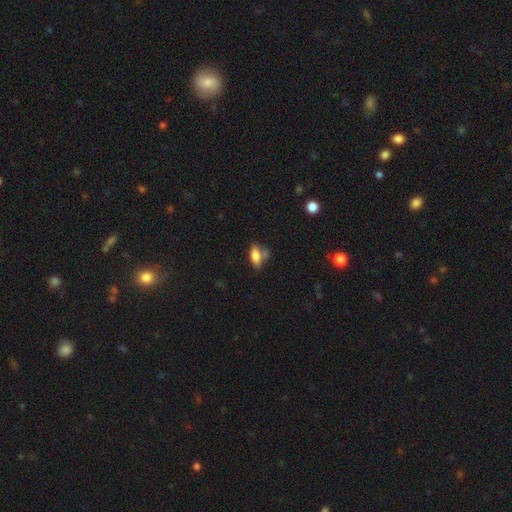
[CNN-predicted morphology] smooth-or-featured: smooth: 76% | featured or disk: 14% | star or artifact: 9%
  how-rounded: in between: 85% | cigar-shaped: 10% | round: 5%
  merging: none: 48% | minor disturbance: 26% | merger: 16% | major disturbance: 10%